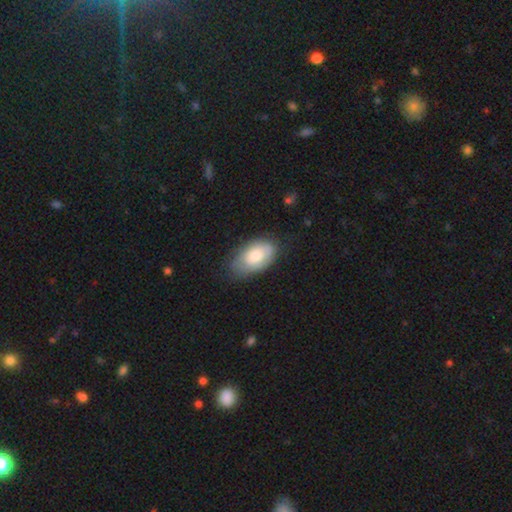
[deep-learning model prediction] Morphology: type=smooth (73%); roundness=in between (93%); merging=none (66%).